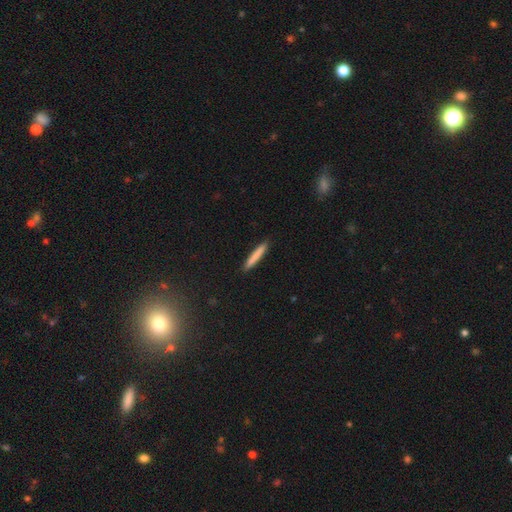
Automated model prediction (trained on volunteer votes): Smooth or featured?
  - smooth: 80% *
  - featured or disk: 14%
  - star or artifact: 6%
How rounded?
  - cigar-shaped: 95% *
  - in between: 4%
  - round: 1%
Merging?
  - none: 91% *
  - minor disturbance: 6%
  - major disturbance: 1%
  - merger: 1%